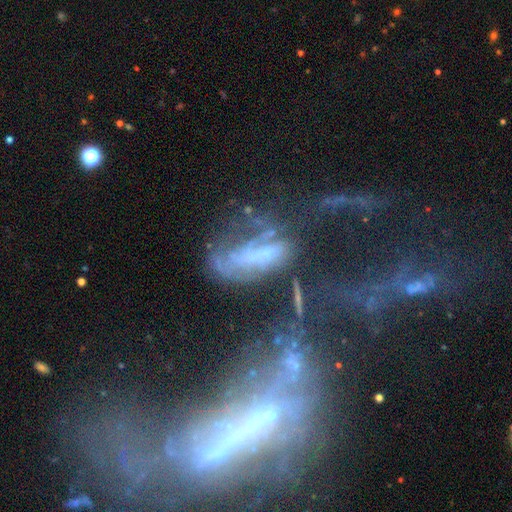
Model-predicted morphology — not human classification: smooth_or_featured: featured or disk (p=0.54) [alt: smooth p=0.24]
disk_edge_on: no (p=0.87) [alt: yes p=0.13]
merging: major disturbance (p=0.40) [alt: merger p=0.25]